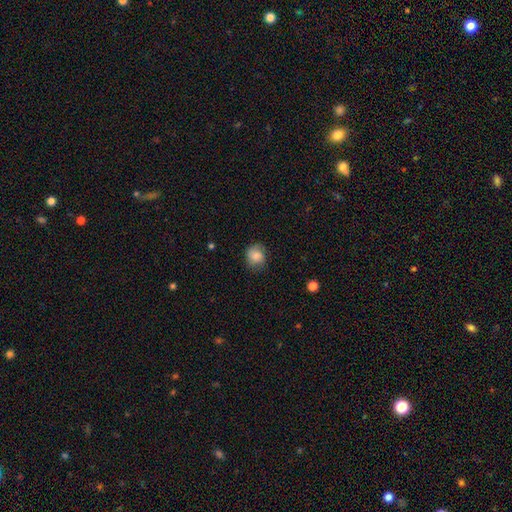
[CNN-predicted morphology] This appears to be a smooth galaxy with no disk features (82%) that is round (73%). Merging: none (74%).